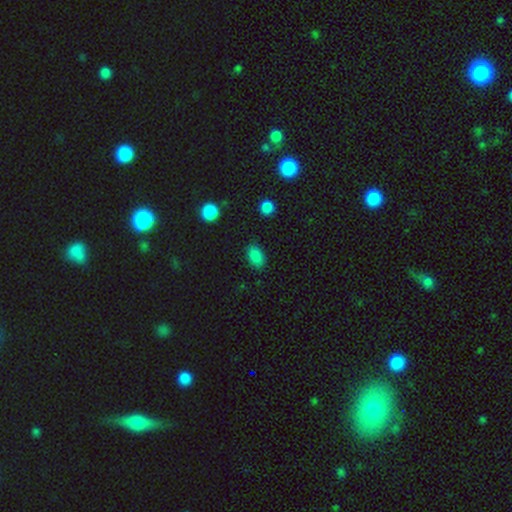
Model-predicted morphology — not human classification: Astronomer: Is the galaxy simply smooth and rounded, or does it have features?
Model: smooth — 86%.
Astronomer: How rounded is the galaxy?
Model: in between — 88%.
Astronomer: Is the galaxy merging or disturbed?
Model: none — 84%.